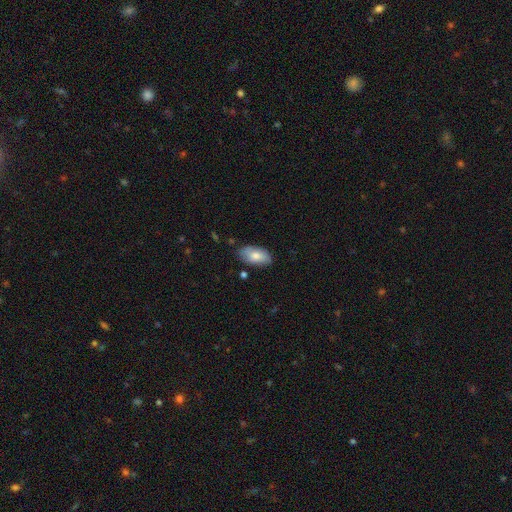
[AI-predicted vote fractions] Smooth or featured? smooth (77%)
How rounded? in between (94%)
Merging? none (75%)